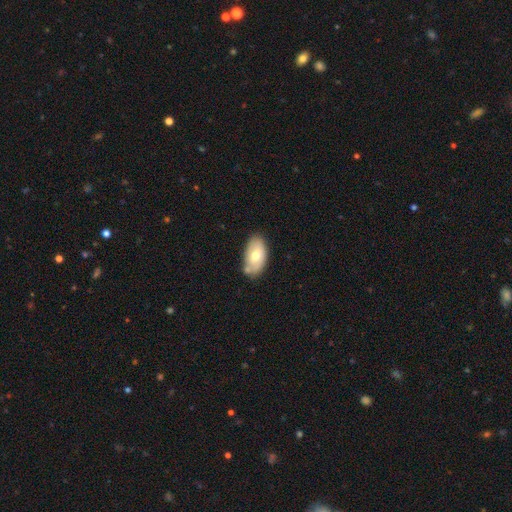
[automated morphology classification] A smooth galaxy with no disk features (66%) that is in between round and cigar-shaped (94%).

Vote fractions:
- Smooth or featured? smooth: 66% / featured or disk: 27% / star or artifact: 7%
- How rounded? in between: 94% / round: 4% / cigar-shaped: 2%
- Merging? none: 64% / minor disturbance: 22% / merger: 9% / major disturbance: 4%